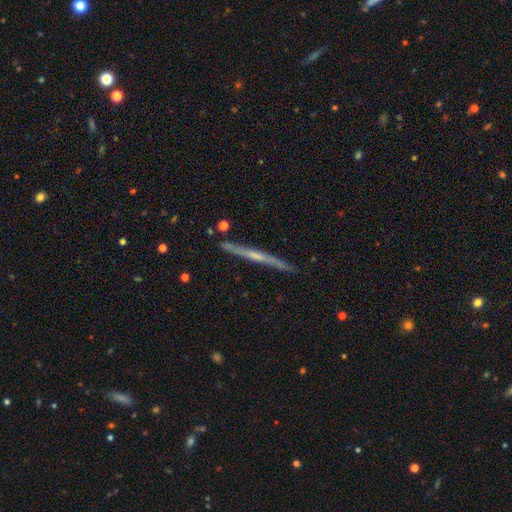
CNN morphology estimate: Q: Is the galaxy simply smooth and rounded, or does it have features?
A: featured or disk — 70%.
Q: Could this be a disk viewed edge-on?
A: yes — 97%.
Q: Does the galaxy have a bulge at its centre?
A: none — 53%.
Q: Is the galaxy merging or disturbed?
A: none — 87%.